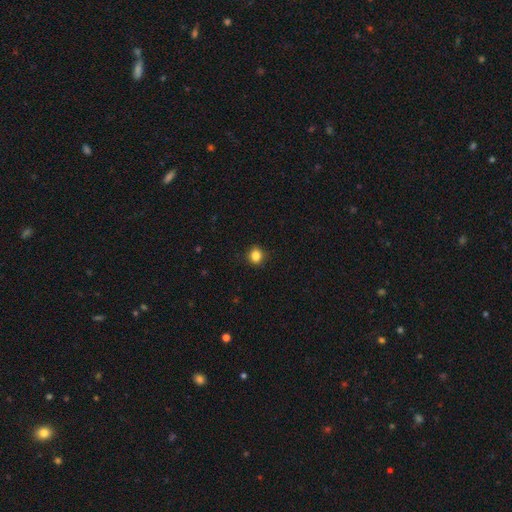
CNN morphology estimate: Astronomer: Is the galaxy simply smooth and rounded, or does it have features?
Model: smooth — 84%.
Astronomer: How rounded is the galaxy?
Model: round — 76%.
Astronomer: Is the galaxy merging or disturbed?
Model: none — 89%.